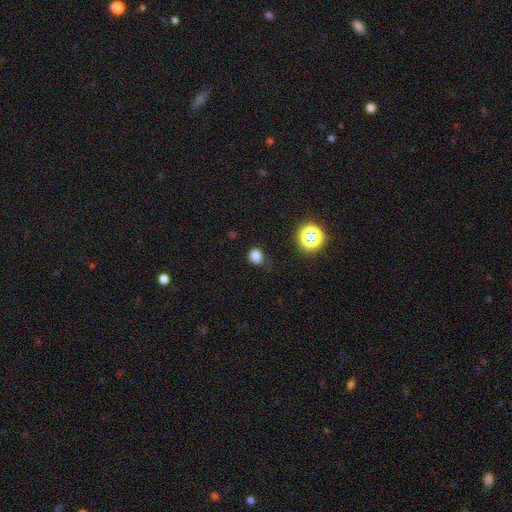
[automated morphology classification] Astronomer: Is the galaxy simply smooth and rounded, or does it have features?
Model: smooth — 79%.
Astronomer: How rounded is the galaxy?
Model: round — 67%.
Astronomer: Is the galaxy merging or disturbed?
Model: none — 70%.